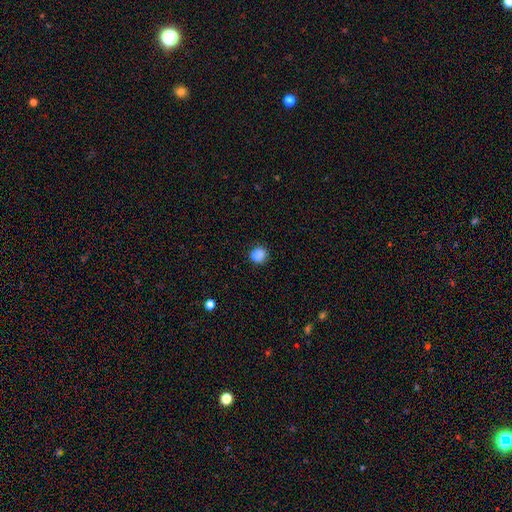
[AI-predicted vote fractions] This is clearly a smooth galaxy (84%). How rounded: clearly round (82%). Merging: likely none (80%).